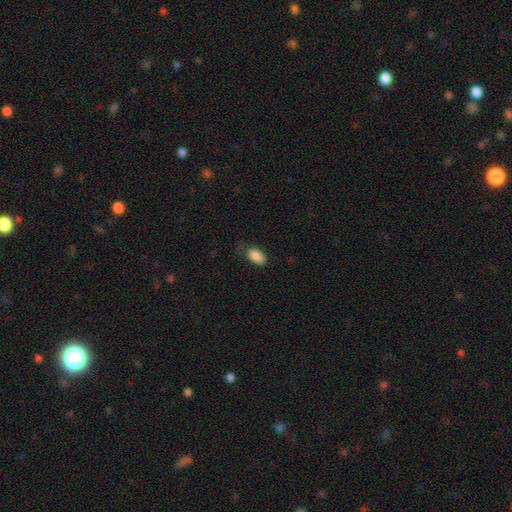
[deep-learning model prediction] This appears to be a smooth galaxy with no disk features (88%) that is in between round and cigar-shaped (94%). Merging: none (64%).